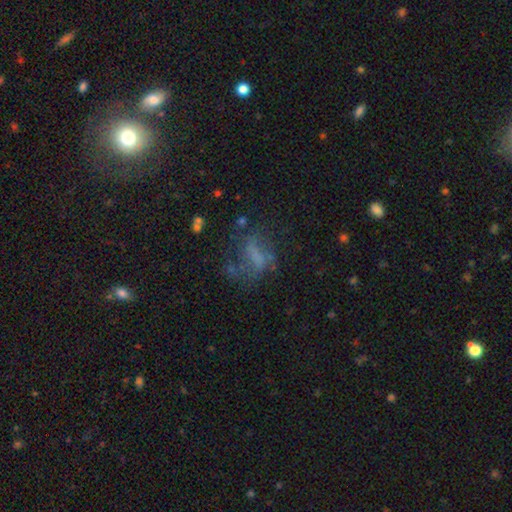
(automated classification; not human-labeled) The model was most divided on "smooth or featured": smooth: 42%, featured or disk: 39%, star or artifact: 19%. Remaining: merging — none (41%).